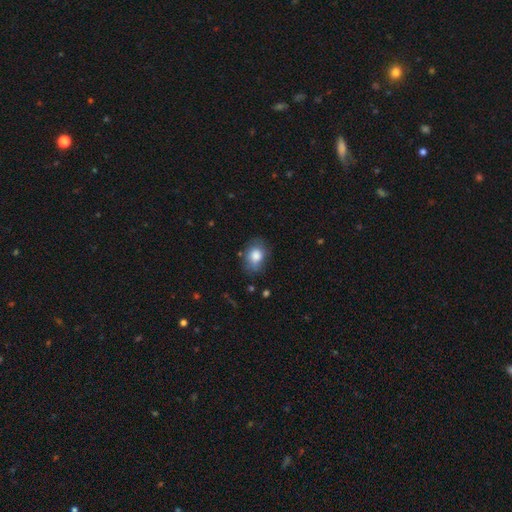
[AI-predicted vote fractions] Smooth or featured: smooth — 82% (featured or disk — 10%)
How rounded: in between — 61% (round — 37%)
Merging: none — 69% (minor disturbance — 23%)